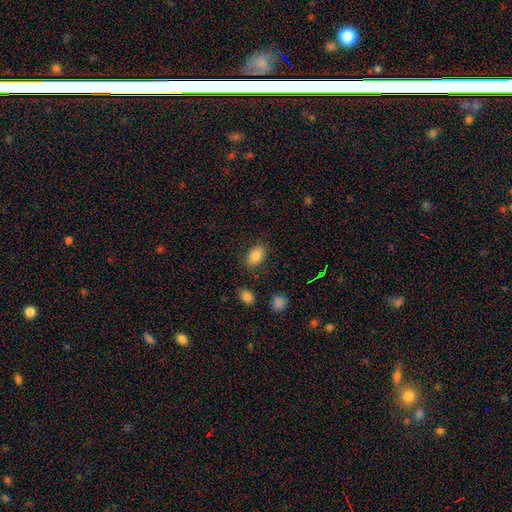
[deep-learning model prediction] Q: Smooth or featured?
A: smooth (83%); runner-up: featured or disk (10%)
Q: How rounded?
A: in between (88%); runner-up: round (10%)
Q: Merging?
A: none (83%); runner-up: minor disturbance (11%)